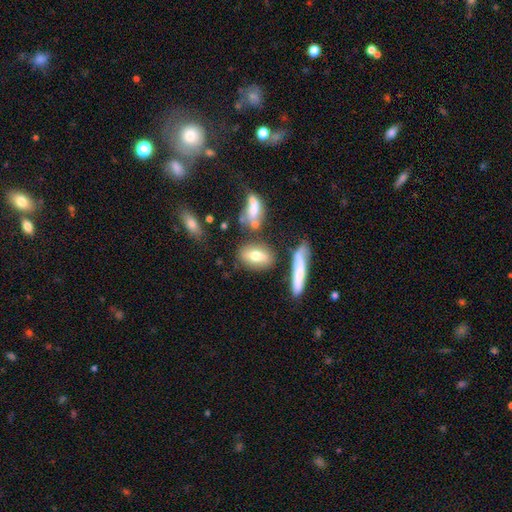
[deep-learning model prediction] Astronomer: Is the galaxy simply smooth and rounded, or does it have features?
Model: smooth — 67%.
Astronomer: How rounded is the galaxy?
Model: in between — 76%.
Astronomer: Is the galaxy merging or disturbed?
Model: none — 70%.